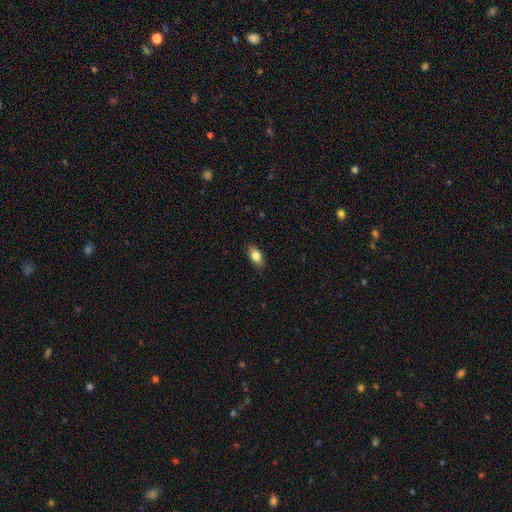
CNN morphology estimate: Q: Smooth or featured?
A: smooth (81%); runner-up: featured or disk (12%)
Q: How rounded?
A: in between (89%); runner-up: cigar-shaped (6%)
Q: Merging?
A: none (88%); runner-up: minor disturbance (9%)